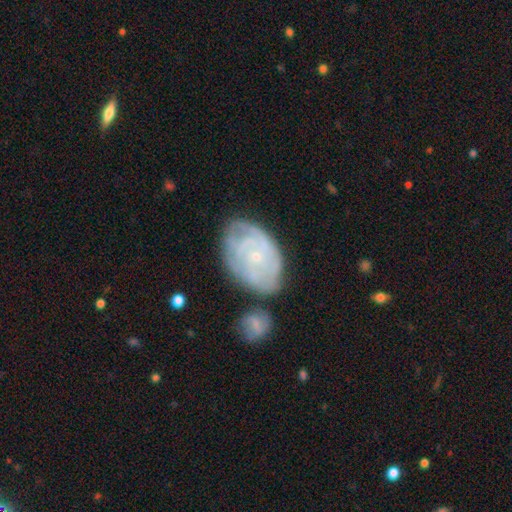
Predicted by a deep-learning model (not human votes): Smooth or featured: featured or disk — 73% (smooth — 21%)
Edge-on disk: no — 96% (yes — 4%)
Bar: no — 82% (weak — 15%)
Spiral arms: yes — 80% (no — 20%)
Spiral winding: tight — 71% (medium — 21%)
Spiral arm count: can't tell — 55% (2 — 13%)
Bulge size: small — 82% (moderate — 14%)
Merging: none — 54% (minor disturbance — 23%)